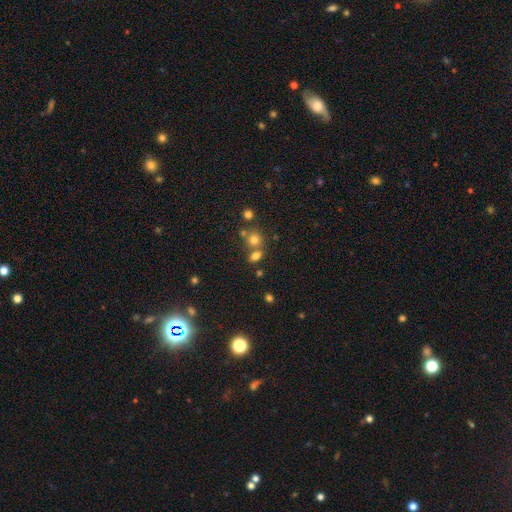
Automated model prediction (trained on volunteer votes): A smooth galaxy with no disk features (74%) that is in between round and cigar-shaped (53%). Merging: none (52%).